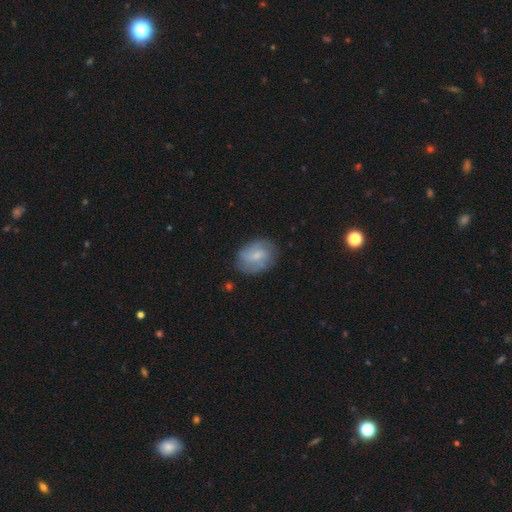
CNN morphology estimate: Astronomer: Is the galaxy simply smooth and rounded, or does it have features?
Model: smooth — 51% (runner-up: featured or disk, 42%).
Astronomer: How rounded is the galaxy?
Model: in between — 63%.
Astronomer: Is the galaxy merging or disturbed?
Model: none — 72%.